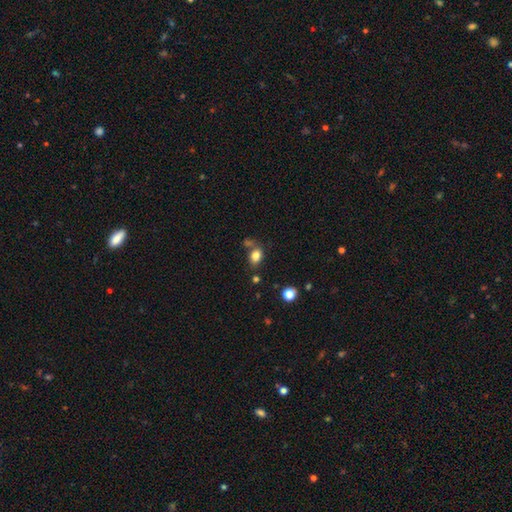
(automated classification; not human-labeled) Smooth or featured?
  - smooth: 82% *
  - star or artifact: 11%
  - featured or disk: 7%
How rounded?
  - in between: 72% *
  - round: 27%
  - cigar-shaped: 1%
Merging?
  - none: 62% *
  - merger: 16%
  - minor disturbance: 16%
  - major disturbance: 5%